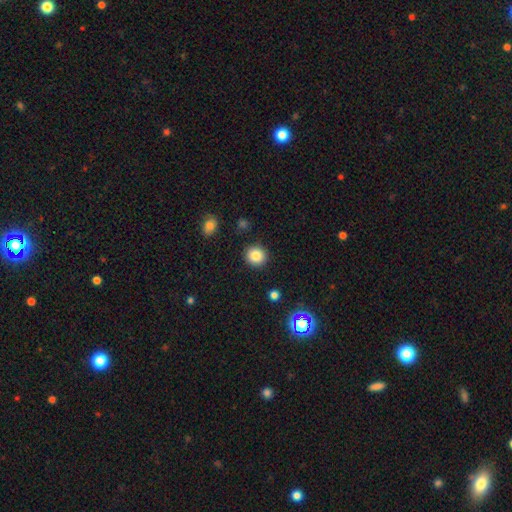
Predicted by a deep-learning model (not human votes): A smooth galaxy with no disk features (84%) that is round (89%). Merging: none (90%).